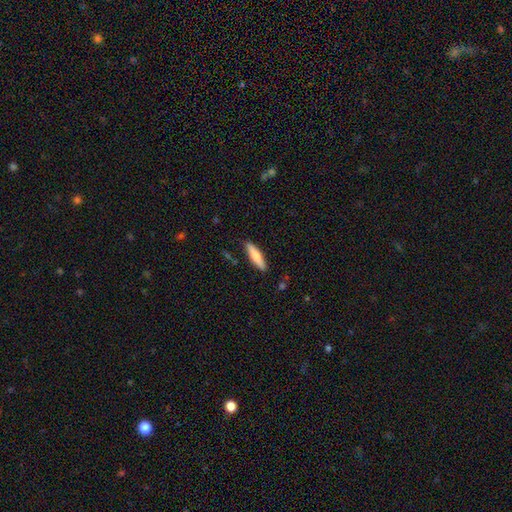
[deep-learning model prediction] Smooth or featured? smooth (72%)
How rounded? cigar-shaped (72%)
Merging? none (87%)